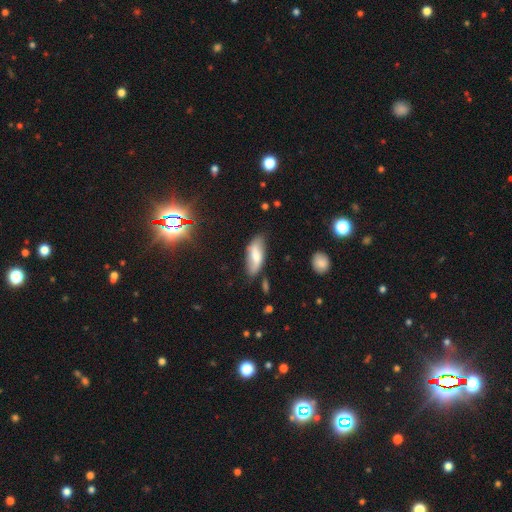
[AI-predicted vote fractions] smooth 59%, featured or disk 34%, star or artifact 8%. Down the decision tree: how rounded — in between (78%); merging — none (70%).